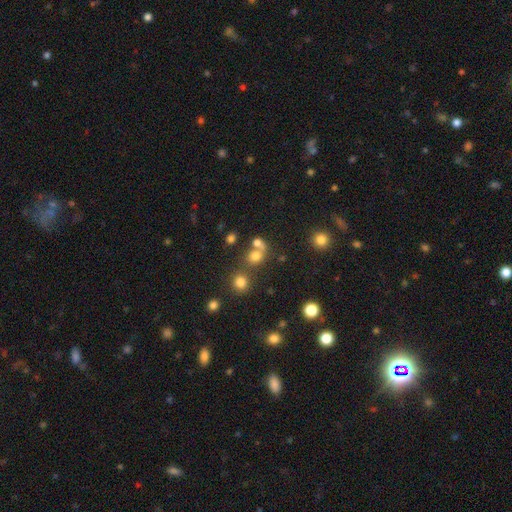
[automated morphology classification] This is likely a smooth galaxy (68%). How rounded: likely round (71%). Merging: marginally none (44%).